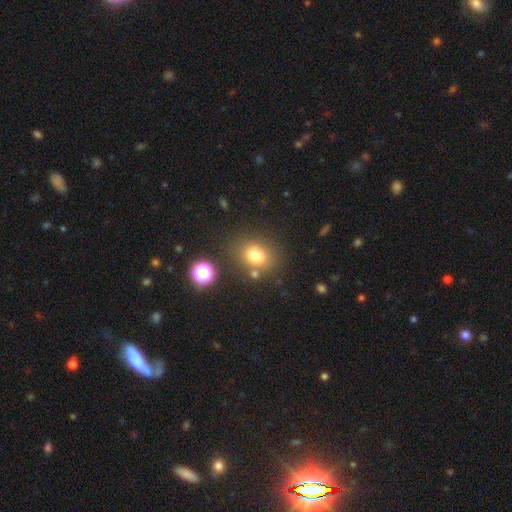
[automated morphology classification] Overall: smooth (76%). How rounded: in between (50%; round 49%). Merging: none (73%).